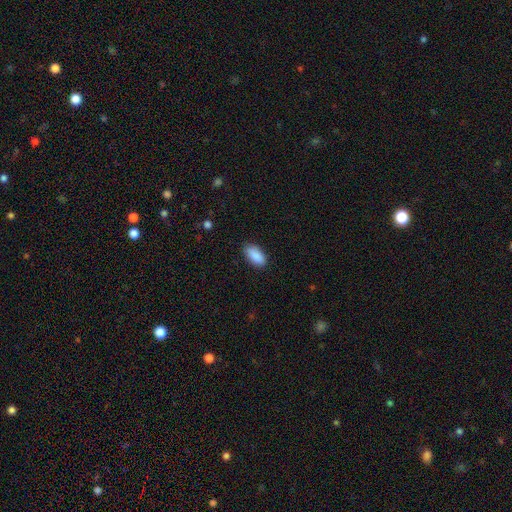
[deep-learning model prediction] A smooth galaxy with no disk features (90%) that is in between round and cigar-shaped (92%). Merging: none (86%).